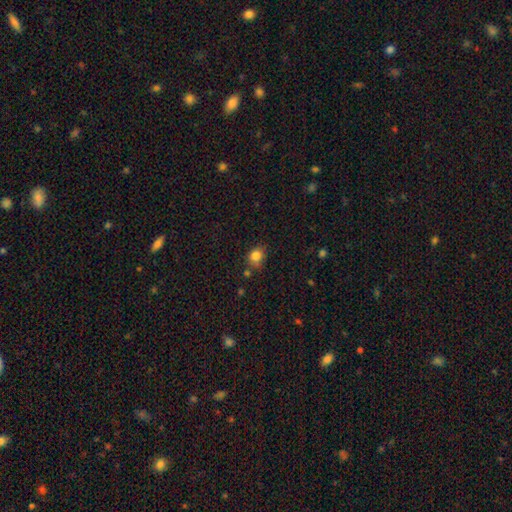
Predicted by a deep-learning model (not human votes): A smooth galaxy with no disk features (83%) that is round (63%).

Vote fractions:
- Smooth or featured? smooth: 83% / star or artifact: 11% / featured or disk: 6%
- How rounded? round: 63% / in between: 36% / cigar-shaped: 1%
- Merging? none: 65% / minor disturbance: 23% / merger: 7% / major disturbance: 5%